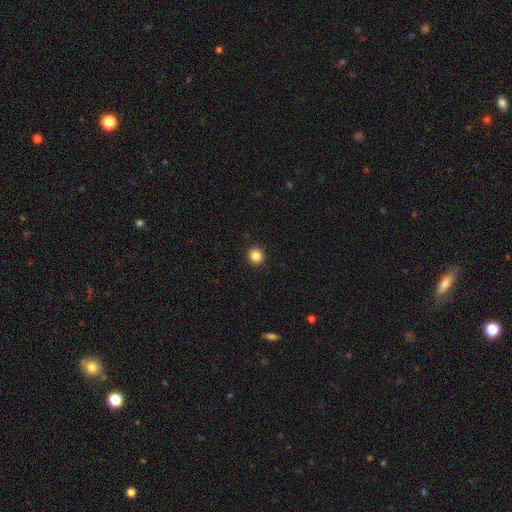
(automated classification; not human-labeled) Smooth or featured? smooth (85%)
How rounded? round (93%)
Merging? none (93%)